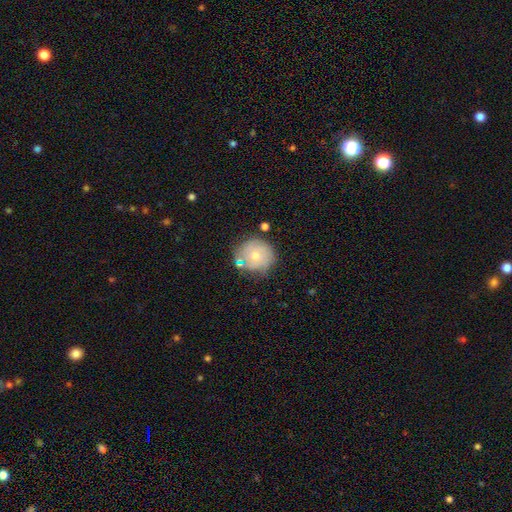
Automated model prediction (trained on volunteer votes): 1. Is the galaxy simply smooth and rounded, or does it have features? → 55% smooth, 36% featured or disk, 9% star or artifact.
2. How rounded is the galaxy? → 92% round, 7% in between, 1% cigar-shaped.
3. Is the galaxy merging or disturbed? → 72% none, 18% minor disturbance, 5% merger, 5% major disturbance.